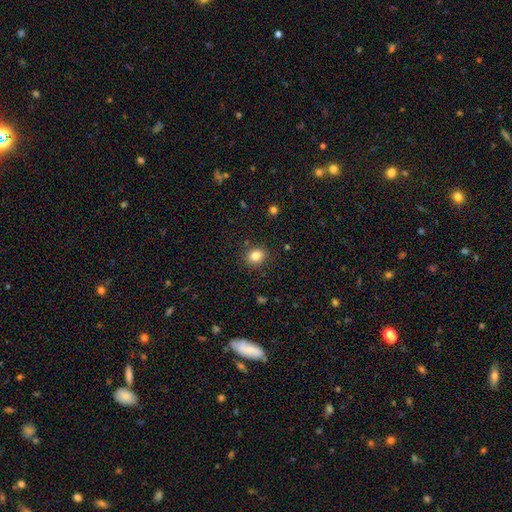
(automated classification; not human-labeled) smooth_or_featured: smooth (p=0.83) [alt: star or artifact p=0.11]
how_rounded: round (p=0.60) [alt: in between p=0.39]
merging: none (p=0.87) [alt: minor disturbance p=0.08]